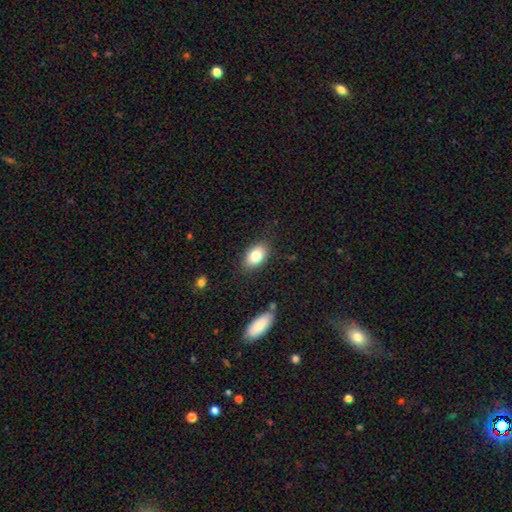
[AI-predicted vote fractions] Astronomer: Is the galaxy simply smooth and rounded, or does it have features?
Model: smooth — 80%.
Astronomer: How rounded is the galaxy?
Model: in between — 86%.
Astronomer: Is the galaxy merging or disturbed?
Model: none — 84%.